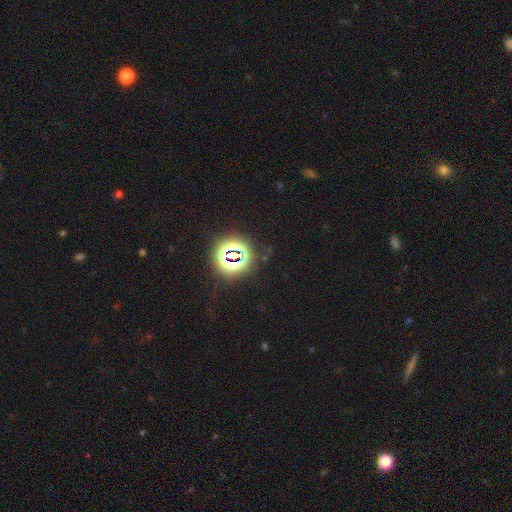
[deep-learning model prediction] Smooth or featured? star or artifact (81%)